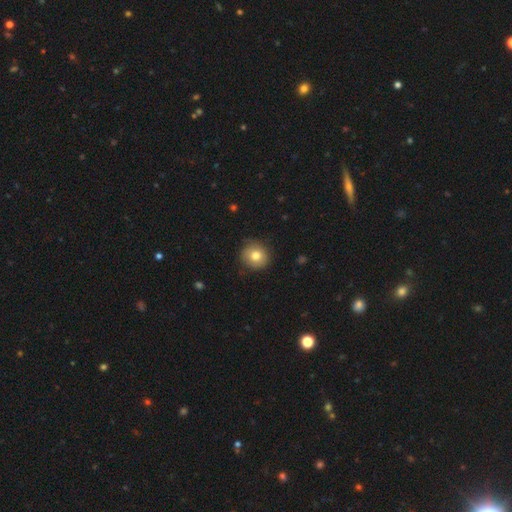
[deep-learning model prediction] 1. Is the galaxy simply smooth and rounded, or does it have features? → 79% smooth, 12% featured or disk, 10% star or artifact.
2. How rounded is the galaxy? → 90% round, 9% in between, 1% cigar-shaped.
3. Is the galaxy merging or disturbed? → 83% none, 13% minor disturbance, 3% major disturbance, 1% merger.